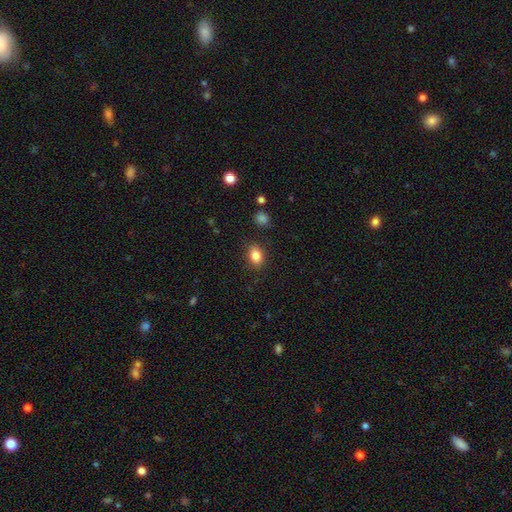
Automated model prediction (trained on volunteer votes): smooth 85%, star or artifact 9%, featured or disk 6%. Down the decision tree: how rounded — in between (73%); merging — none (86%).